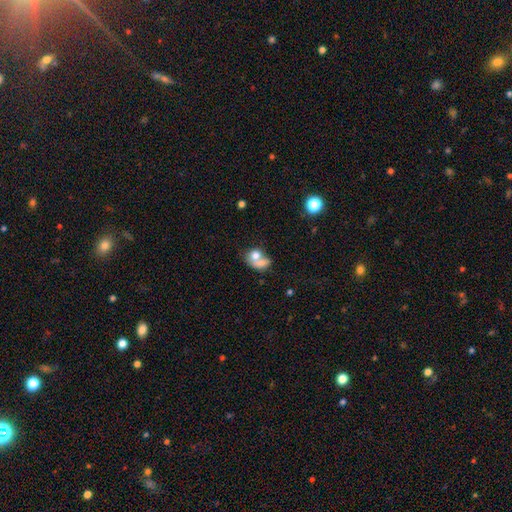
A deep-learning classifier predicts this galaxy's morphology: smooth-or-featured: smooth: 69% | featured or disk: 22% | star or artifact: 10%
  how-rounded: in between: 55% | round: 44% | cigar-shaped: 2%
  merging: merger: 58% | none: 23% | minor disturbance: 10% | major disturbance: 9%